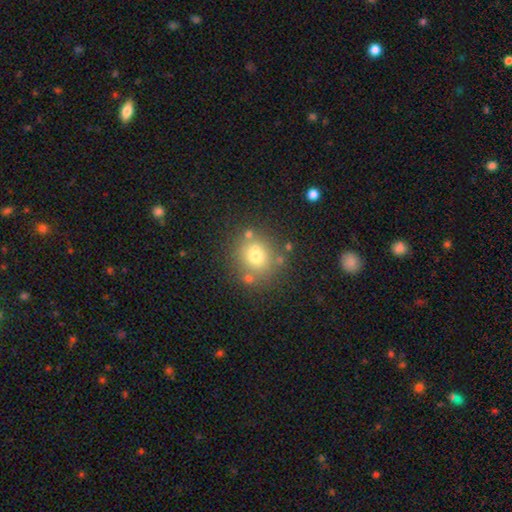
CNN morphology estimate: This appears to be a smooth galaxy with no disk features (68%) that is round (84%). Merging: none (70%).